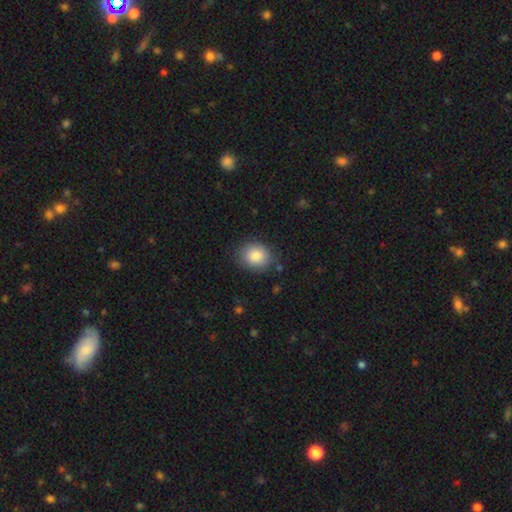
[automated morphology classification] The model was most divided on "how rounded": round: 63%, in between: 36%, cigar-shaped: 1%. More confident: smooth or featured — smooth (86%); merging — none (84%).